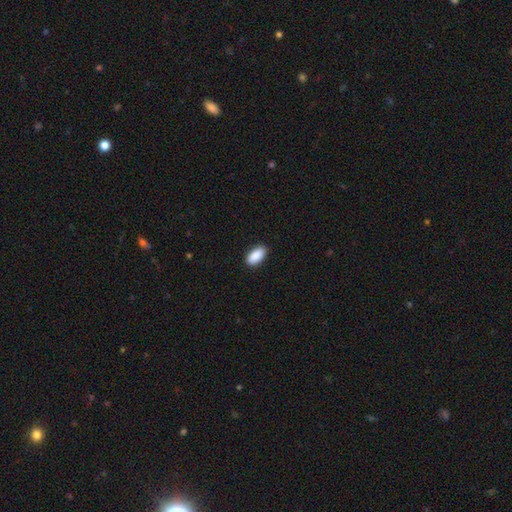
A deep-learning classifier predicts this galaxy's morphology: Overall: smooth (91%). How rounded: in between (93%). Merging: none (89%).